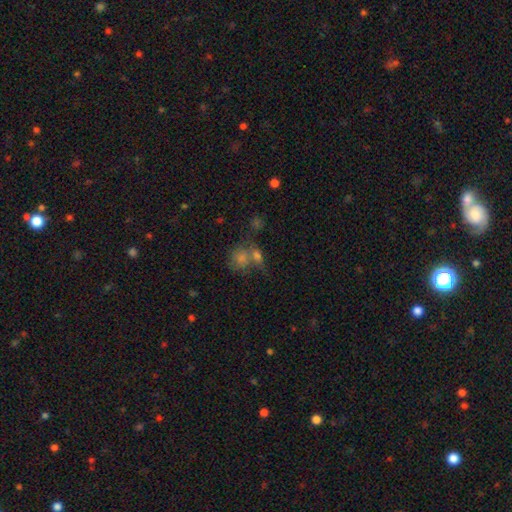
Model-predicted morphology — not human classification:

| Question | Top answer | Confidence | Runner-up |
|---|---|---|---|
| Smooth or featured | smooth | 63% | star or artifact (20%) |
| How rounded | round | 54% | in between (42%) |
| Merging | none | 42% | merger (40%) |